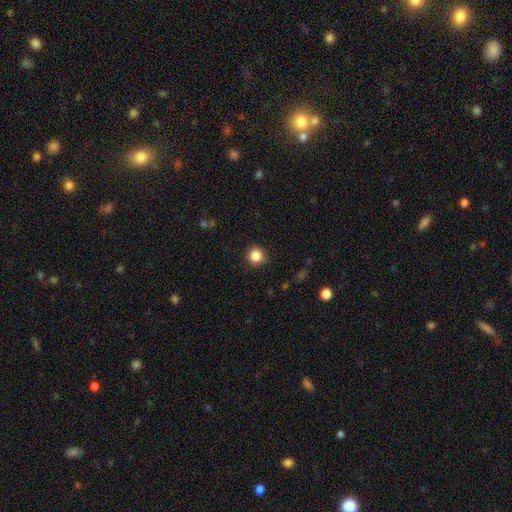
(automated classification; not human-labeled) Morphology: type=smooth (86%); roundness=round (95%); merging=none (91%).